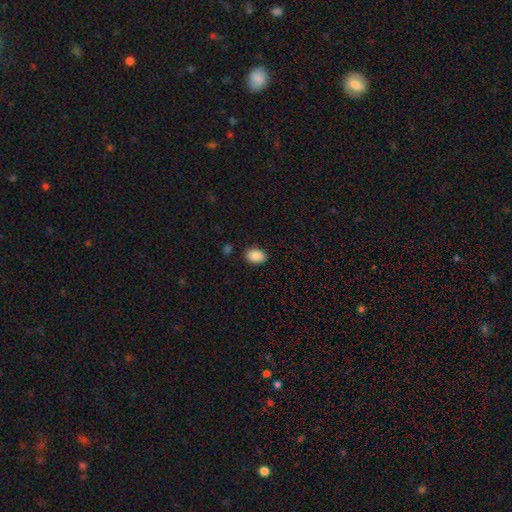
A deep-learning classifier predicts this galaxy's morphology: A smooth galaxy with no disk features (90%) that is in between round and cigar-shaped (85%). Merging: none (85%).